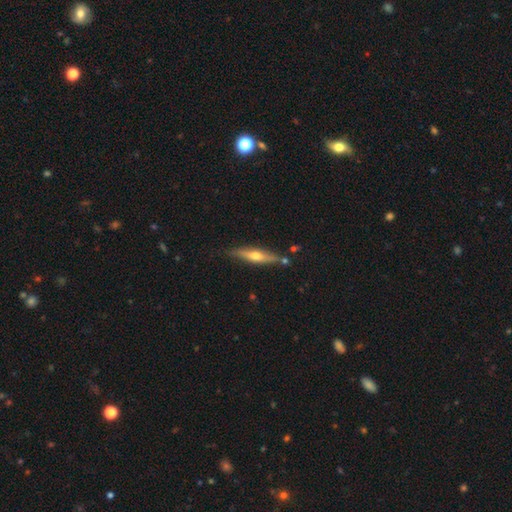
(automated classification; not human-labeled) Smooth or featured?
  - featured or disk: 57% *
  - smooth: 37%
  - star or artifact: 6%
Edge-on disk?
  - yes: 93% *
  - no: 7%
Edge-on bulge?
  - rounded: 89% *
  - none: 7%
  - boxy: 4%
Merging?
  - none: 79% *
  - minor disturbance: 13%
  - merger: 5%
  - major disturbance: 3%